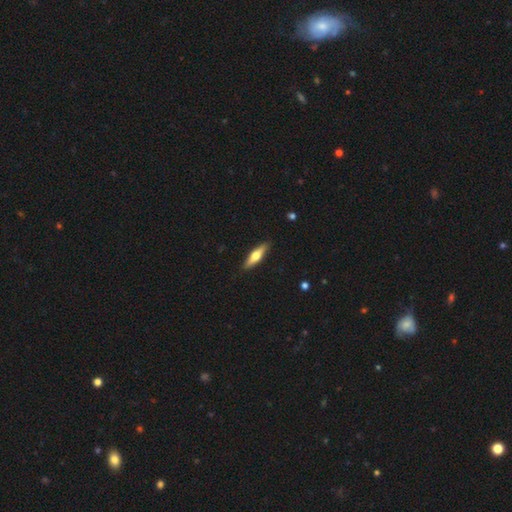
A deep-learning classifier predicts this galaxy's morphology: type=smooth (50%); roundness=cigar-shaped (70%); merging=none (89%).